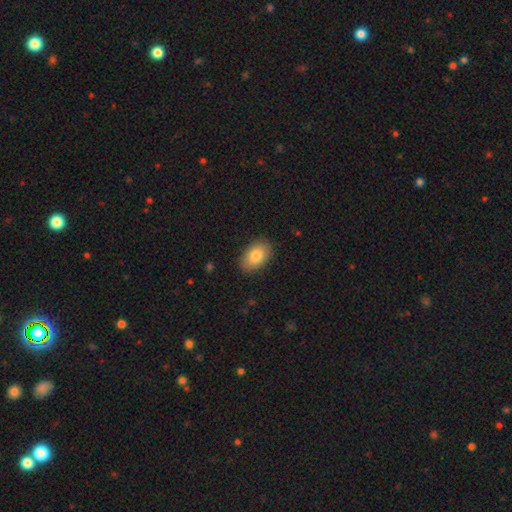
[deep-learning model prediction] The model was most divided on "smooth or featured": smooth: 83%, featured or disk: 10%, star or artifact: 7%. More confident: how rounded — in between (90%); merging — none (86%).